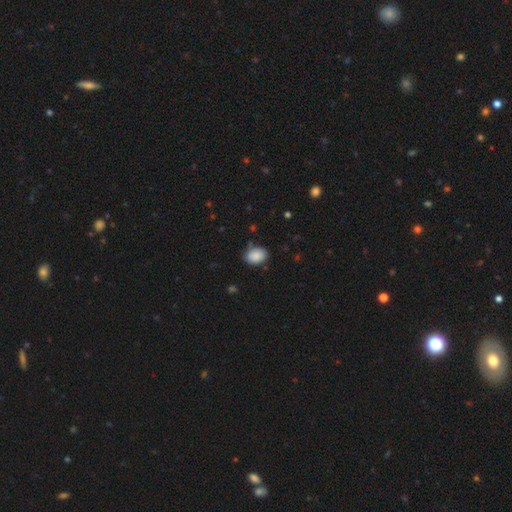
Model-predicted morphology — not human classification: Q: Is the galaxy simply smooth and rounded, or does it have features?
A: smooth — 88%.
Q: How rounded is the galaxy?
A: in between — 75%.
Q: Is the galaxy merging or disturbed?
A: none — 79%.